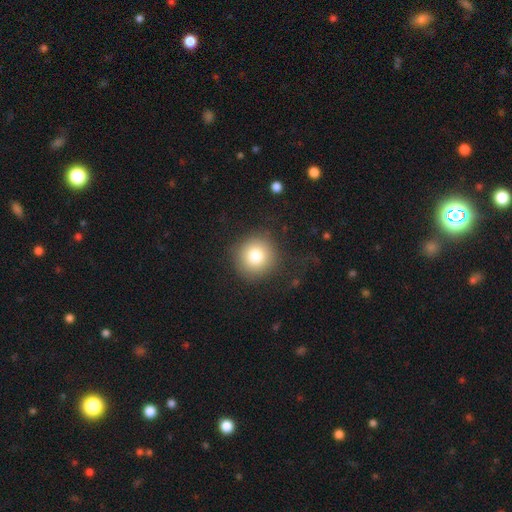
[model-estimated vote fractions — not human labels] Smooth or featured?
  - smooth: 80% *
  - star or artifact: 10%
  - featured or disk: 10%
How rounded?
  - round: 93% *
  - in between: 6%
  - cigar-shaped: 1%
Merging?
  - none: 85% *
  - minor disturbance: 9%
  - major disturbance: 5%
  - merger: 1%